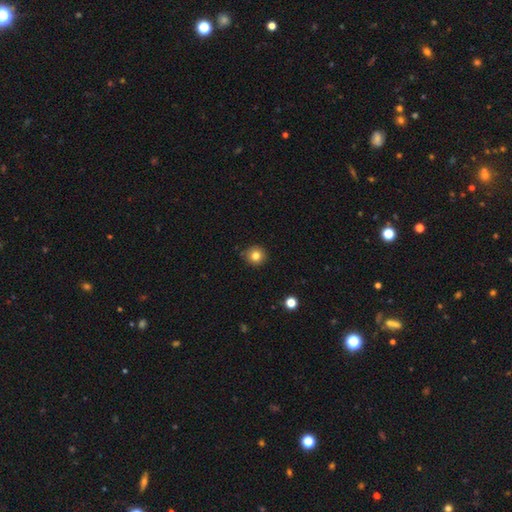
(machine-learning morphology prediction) A smooth galaxy with no disk features (82%) that is round (94%). Merging: none (88%).